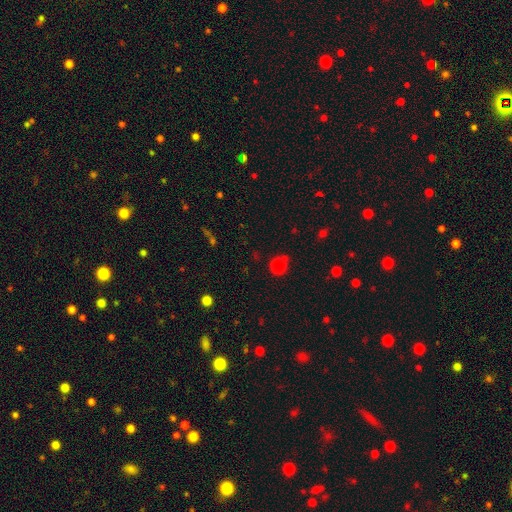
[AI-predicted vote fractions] Smooth or featured? Predicted: smooth (p=0.79). How rounded? Predicted: round (p=0.89). Merging? Predicted: none (p=0.76).